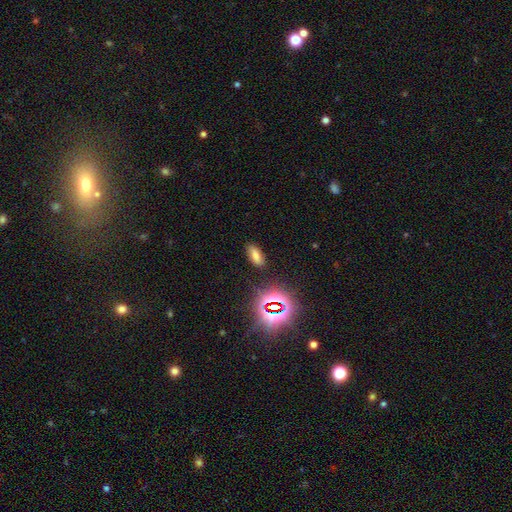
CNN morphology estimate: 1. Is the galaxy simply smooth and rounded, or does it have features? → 69% smooth, 23% star or artifact, 8% featured or disk.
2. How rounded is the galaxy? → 82% in between, 13% cigar-shaped, 5% round.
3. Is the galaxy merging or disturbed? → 84% none, 11% minor disturbance, 3% major disturbance, 2% merger.